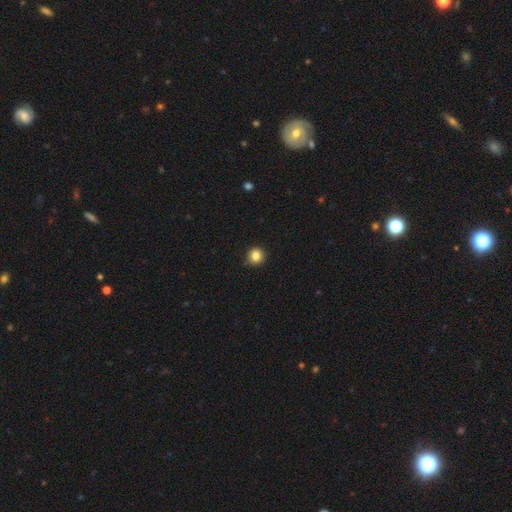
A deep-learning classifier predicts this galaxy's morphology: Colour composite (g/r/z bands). It shows a smooth galaxy with no disk features (84%) that is round (93%). Merging: none (88%).